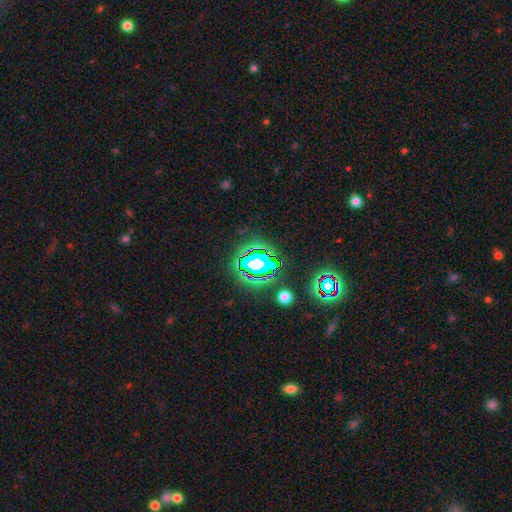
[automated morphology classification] The model was most divided on "smooth or featured": star or artifact: 80%, smooth: 12%, featured or disk: 8%.